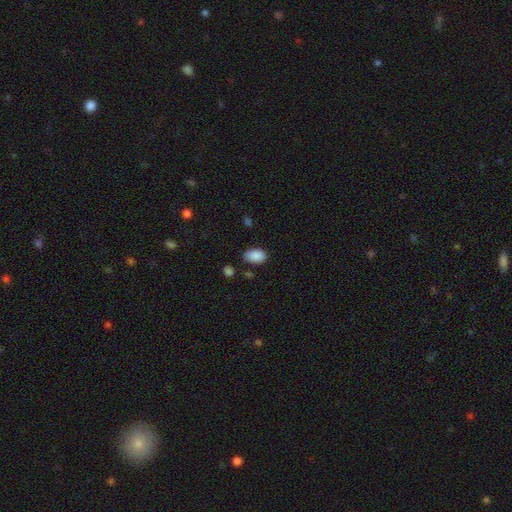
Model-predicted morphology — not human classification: Smooth or featured?
  - smooth: 89% *
  - star or artifact: 7%
  - featured or disk: 4%
How rounded?
  - in between: 89% *
  - round: 10%
  - cigar-shaped: 1%
Merging?
  - none: 77% *
  - minor disturbance: 16%
  - major disturbance: 3%
  - merger: 3%